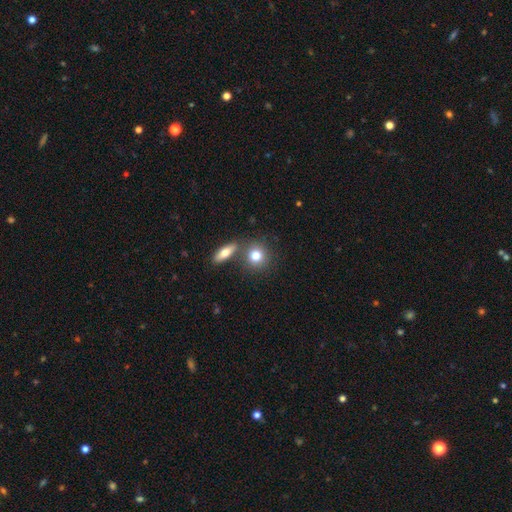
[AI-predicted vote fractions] A smooth galaxy with no disk features (78%) that is round (80%).

Vote fractions:
- Smooth or featured? smooth: 78% / featured or disk: 13% / star or artifact: 9%
- How rounded? round: 80% / in between: 17% / cigar-shaped: 3%
- Merging? none: 70% / merger: 18% / minor disturbance: 9% / major disturbance: 3%